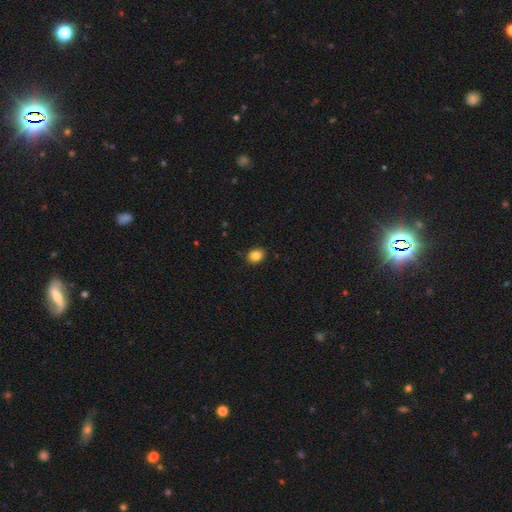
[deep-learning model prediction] Morphology: type=smooth (84%); roundness=in between (51%); merging=none (90%).